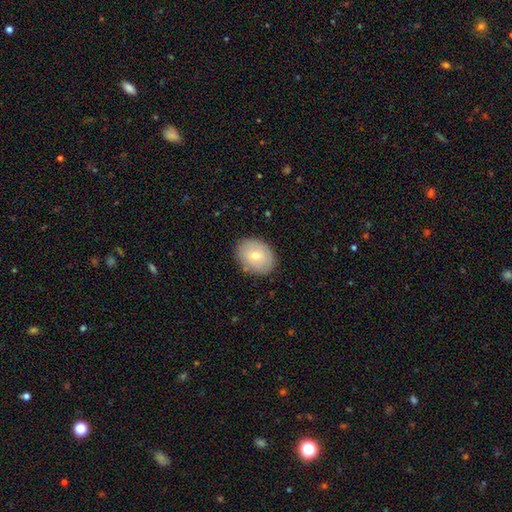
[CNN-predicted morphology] The model was most divided on "how rounded": in between: 64%, round: 35%, cigar-shaped: 1%. More confident: merging — none (87%); smooth or featured — smooth (69%).